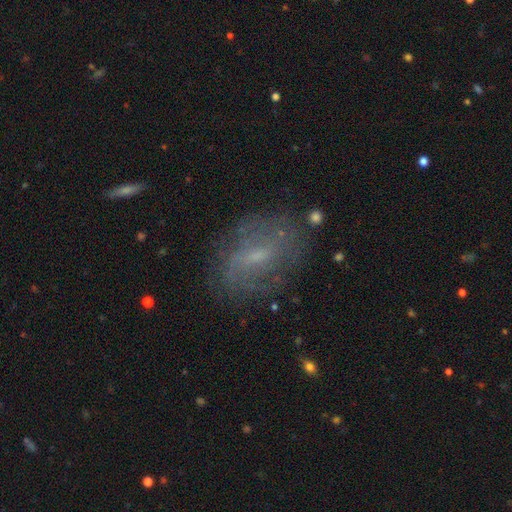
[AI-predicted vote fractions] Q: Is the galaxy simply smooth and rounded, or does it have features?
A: featured or disk — 61%.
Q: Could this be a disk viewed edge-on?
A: no — 94%.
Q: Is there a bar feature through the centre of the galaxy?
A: weak — 55%.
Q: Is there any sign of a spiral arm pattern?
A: yes — 68%.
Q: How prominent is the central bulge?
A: small — 61%.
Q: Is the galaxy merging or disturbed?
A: none — 72%.